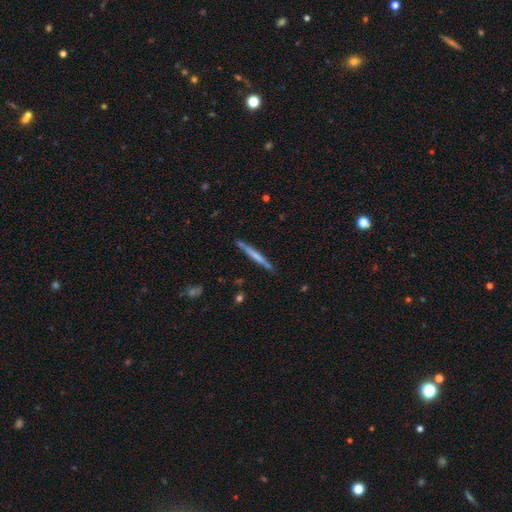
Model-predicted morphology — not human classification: This is possibly a smooth galaxy (51%). How rounded: clearly cigar-shaped (97%). Merging: clearly none (86%).